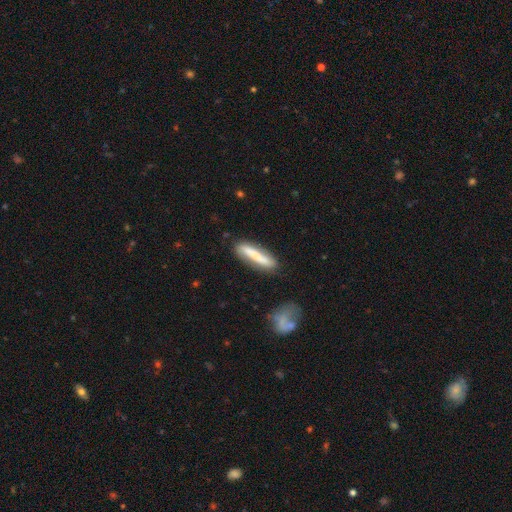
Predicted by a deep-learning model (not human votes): The model was most divided on "smooth or featured": smooth: 48%, featured or disk: 46%, star or artifact: 6%. More confident: merging — none (80%).